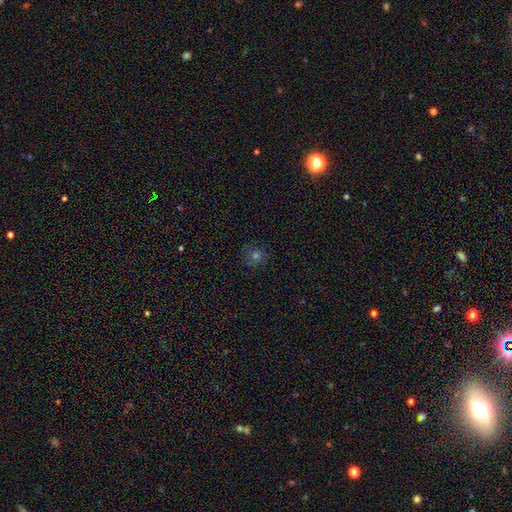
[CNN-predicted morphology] smooth_or_featured: smooth (p=0.53) [alt: star or artifact p=0.28]
how_rounded: round (p=0.90) [alt: in between p=0.09]
merging: none (p=0.84) [alt: minor disturbance p=0.11]